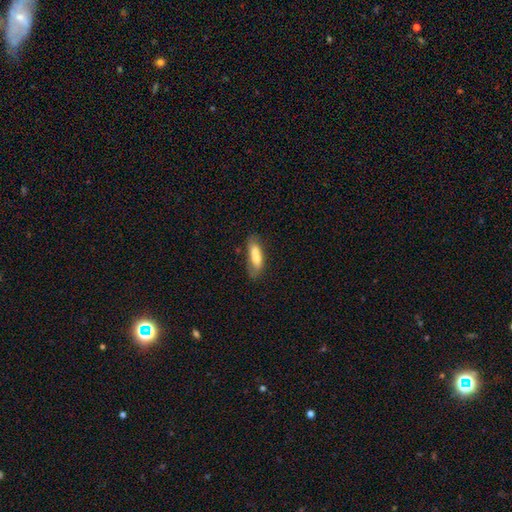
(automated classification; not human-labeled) smooth_or_featured: smooth (p=0.69) [alt: featured or disk p=0.24]
how_rounded: in between (p=0.52) [alt: cigar-shaped p=0.45]
merging: none (p=0.51) [alt: merger p=0.21]